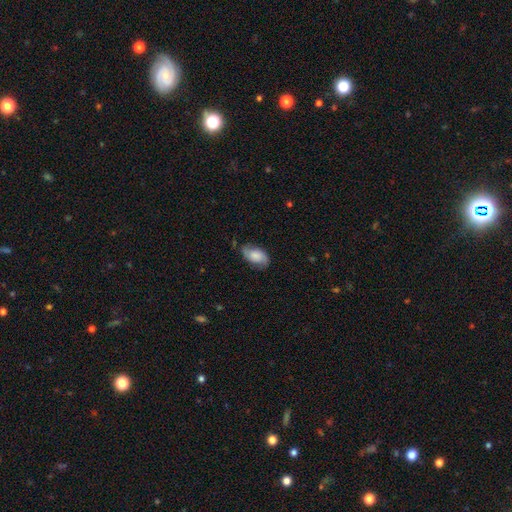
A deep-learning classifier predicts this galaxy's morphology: Smooth or featured: smooth — 54% (featured or disk — 39%)
How rounded: in between — 92% (round — 6%)
Merging: none — 65% (minor disturbance — 26%)